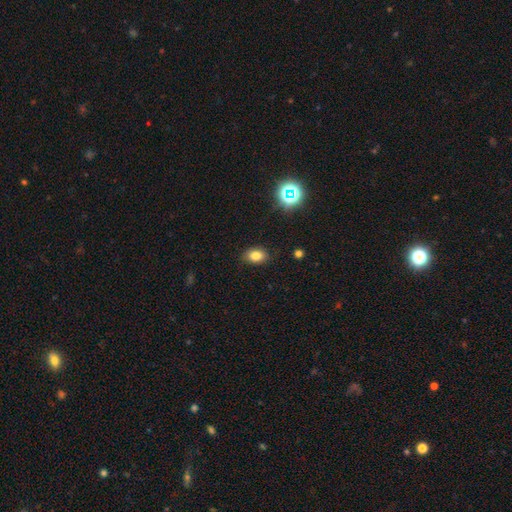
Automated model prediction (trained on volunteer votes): Smooth or featured: smooth — 79% (star or artifact — 13%)
How rounded: in between — 80% (round — 19%)
Merging: none — 84% (minor disturbance — 12%)